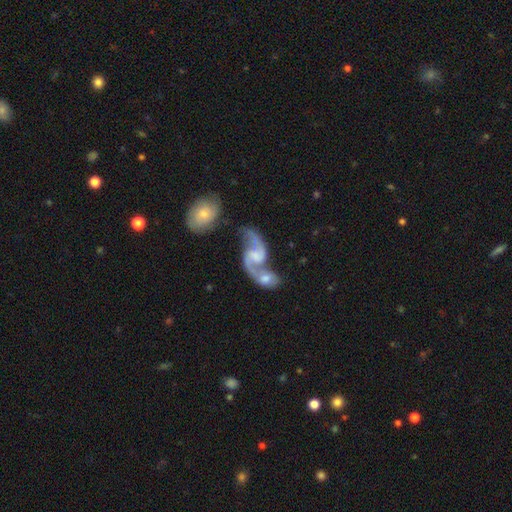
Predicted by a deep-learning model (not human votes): featured or disk 87%, smooth 7%, star or artifact 6%. Down the decision tree: edge-on disk — no (96%); bar — no (44%); spiral arms — yes (94%); spiral arm count — 2 (92%); spiral winding — loose (70%); bulge size — small (40%); merging — merger (50%).